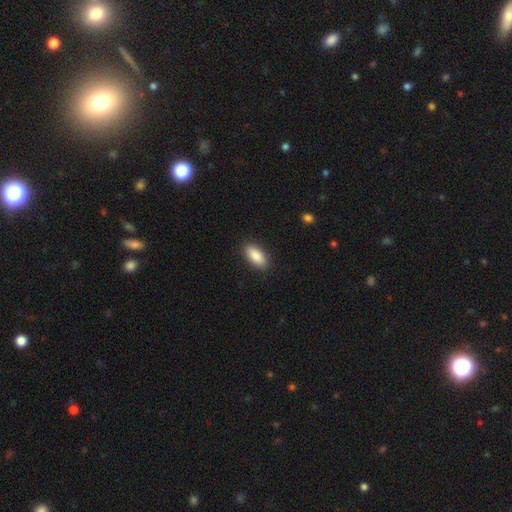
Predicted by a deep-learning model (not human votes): Q: Smooth or featured?
A: smooth (88%); runner-up: star or artifact (6%)
Q: How rounded?
A: in between (89%); runner-up: cigar-shaped (9%)
Q: Merging?
A: none (89%); runner-up: minor disturbance (8%)